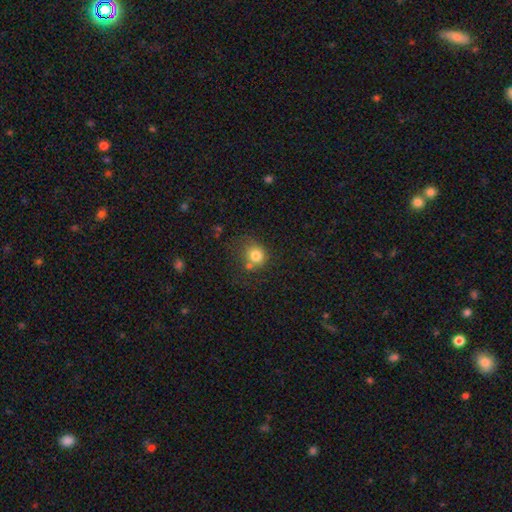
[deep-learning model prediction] smooth-or-featured: smooth: 79% | star or artifact: 12% | featured or disk: 9%
  how-rounded: round: 81% | in between: 18% | cigar-shaped: 1%
  merging: none: 59% | merger: 18% | minor disturbance: 16% | major disturbance: 7%